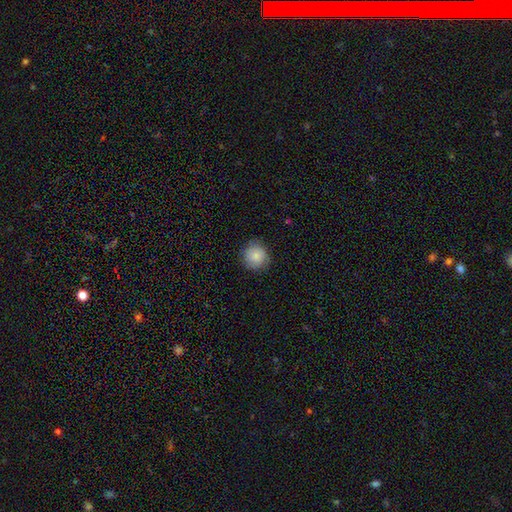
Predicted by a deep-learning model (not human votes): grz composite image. It shows a smooth galaxy with no disk features (85%) that is round (93%). Merging: none (83%).